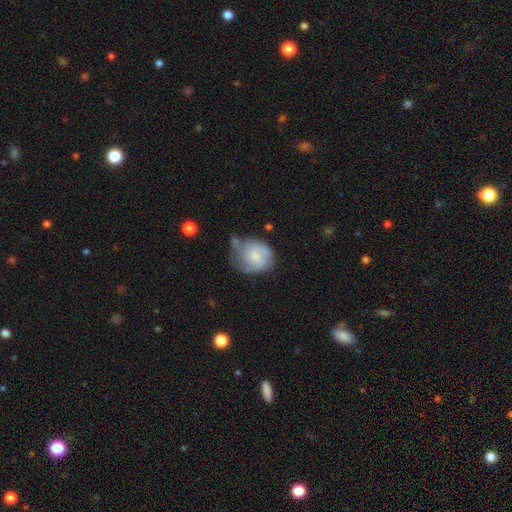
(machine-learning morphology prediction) This appears to be a smooth galaxy with no disk features (58%) that is round (70%). Merging: none (38%).